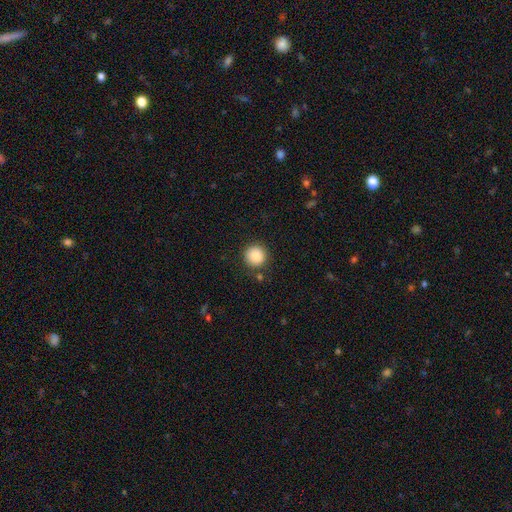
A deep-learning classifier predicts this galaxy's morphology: A smooth galaxy with no disk features (87%) that is round (93%). Merging: none (86%).